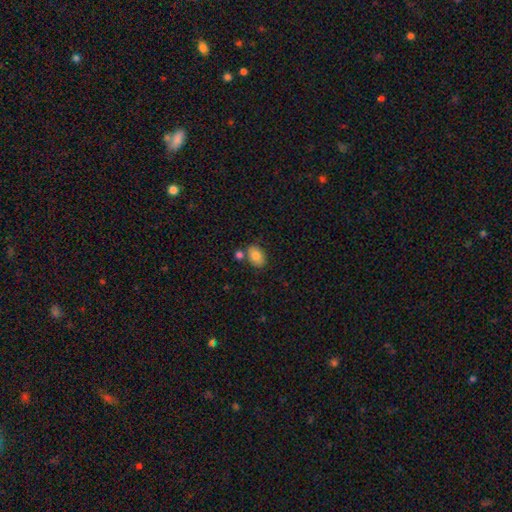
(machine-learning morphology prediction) This is clearly a smooth galaxy (81%). How rounded: clearly in between (82%). Merging: likely none (67%).